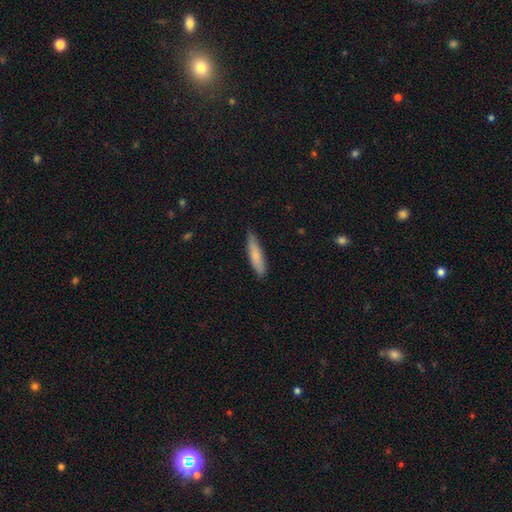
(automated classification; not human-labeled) This appears to be a smooth galaxy with no disk features (80%) that is cigar-shaped (80%). Merging: none (78%).